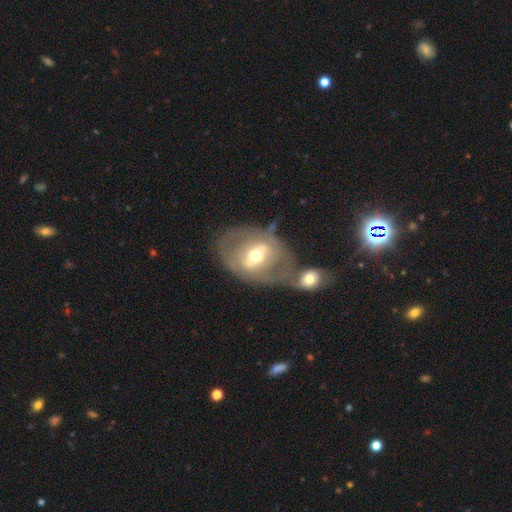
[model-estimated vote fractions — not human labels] smooth-or-featured: featured or disk: 66% | smooth: 28% | star or artifact: 6%
  disk-edge-on: no: 93% | yes: 7%
    bar: strong: 40% | weak: 37% | no: 24%
    has-spiral-arms: no: 59% | yes: 41%
    bulge-size: moderate: 69% | small: 18% | large: 11% | dominant: 1% | none: 1%
  merging: merger: 39% | none: 35% | minor disturbance: 14% | major disturbance: 12%